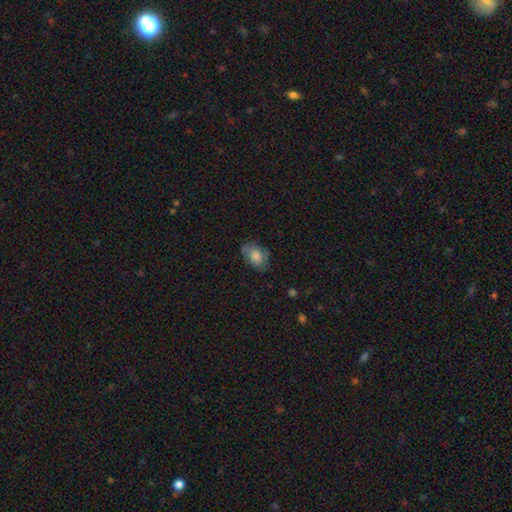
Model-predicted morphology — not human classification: The model was most divided on "merging": none: 68%, minor disturbance: 24%, major disturbance: 7%, merger: 2%. More confident: how rounded — in between (83%); smooth or featured — smooth (68%).